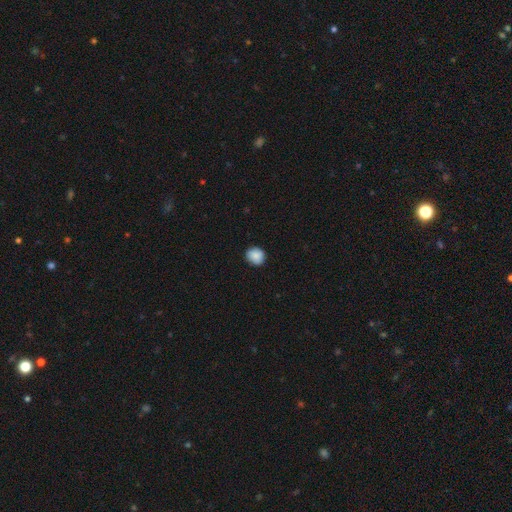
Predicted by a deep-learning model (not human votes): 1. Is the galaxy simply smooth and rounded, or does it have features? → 88% smooth, 8% star or artifact, 4% featured or disk.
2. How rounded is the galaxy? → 81% round, 18% in between, 1% cigar-shaped.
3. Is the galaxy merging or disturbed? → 87% none, 10% minor disturbance, 2% major disturbance, 1% merger.